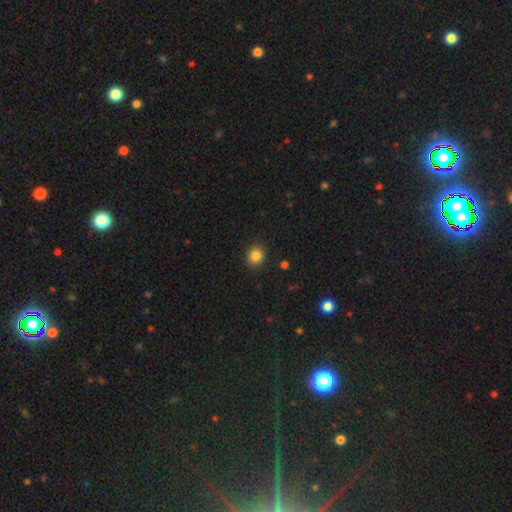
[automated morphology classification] Smooth or featured? smooth (85%)
How rounded? round (82%)
Merging? none (91%)